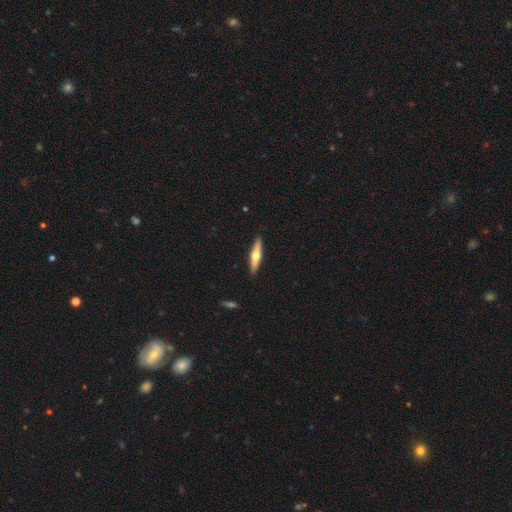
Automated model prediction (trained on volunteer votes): Smooth or featured: featured or disk — 56% (smooth — 39%)
Edge-on disk: yes — 94% (no — 6%)
Edge-on bulge: rounded — 94% (none — 4%)
Merging: none — 91% (minor disturbance — 6%)